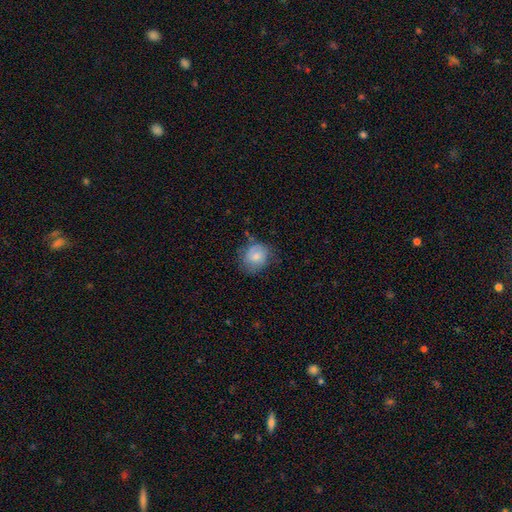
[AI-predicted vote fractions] This appears to be a smooth galaxy with no disk features (70%) that is round (71%). Merging: none (60%).